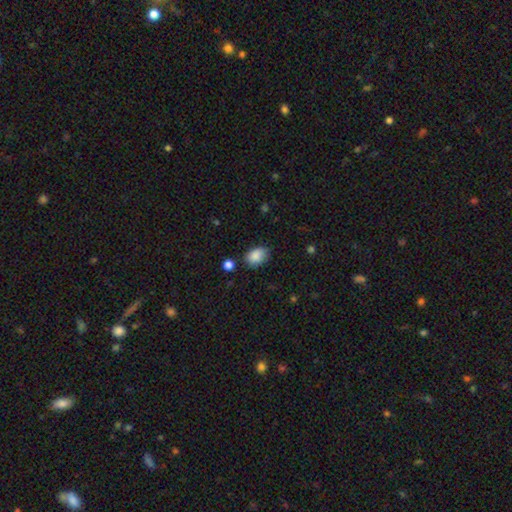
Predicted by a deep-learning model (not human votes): Smooth or featured? Predicted: smooth (p=0.88). How rounded? Predicted: in between (p=0.80). Merging? Predicted: none (p=0.73).